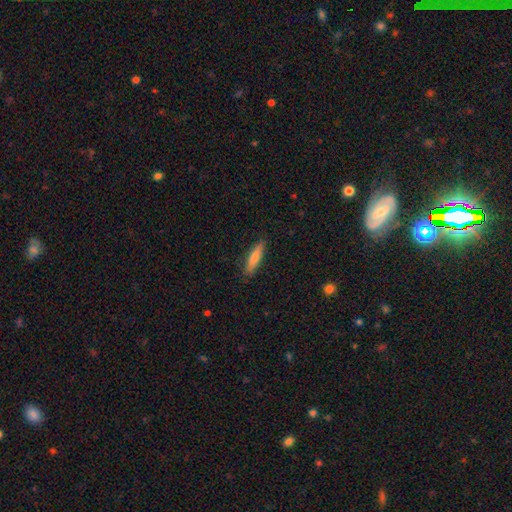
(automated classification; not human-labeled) A smooth galaxy with no disk features (69%) that is cigar-shaped (80%).

Vote fractions:
- Smooth or featured? smooth: 69% / featured or disk: 25% / star or artifact: 6%
- How rounded? cigar-shaped: 80% / in between: 18% / round: 2%
- Merging? none: 87% / minor disturbance: 10% / major disturbance: 2% / merger: 1%